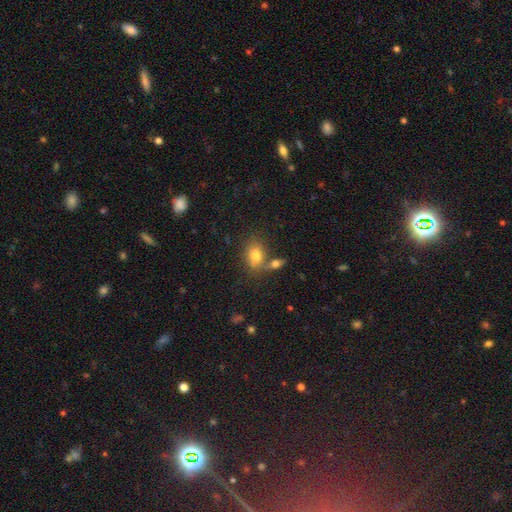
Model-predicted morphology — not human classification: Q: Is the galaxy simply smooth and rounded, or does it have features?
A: smooth — 78%.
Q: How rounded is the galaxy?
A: in between — 69%.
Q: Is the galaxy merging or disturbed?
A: none — 52%.